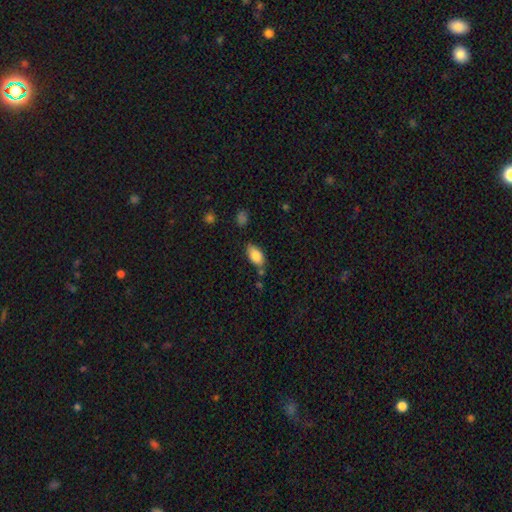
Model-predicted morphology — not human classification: Smooth or featured? Predicted: smooth (p=0.85). How rounded? Predicted: in between (p=0.92). Merging? Predicted: none (p=0.70).